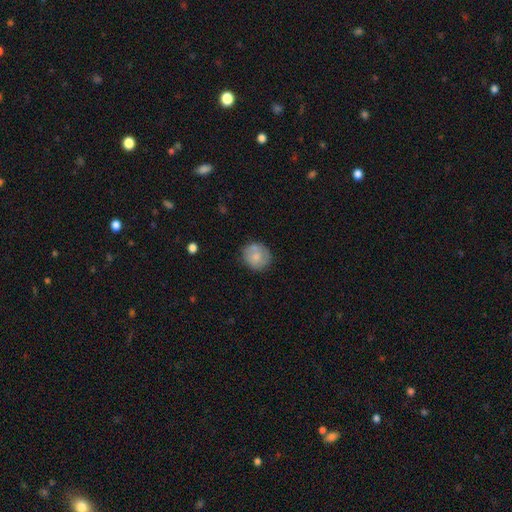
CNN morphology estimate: type=smooth (69%); roundness=round (84%); merging=none (69%).